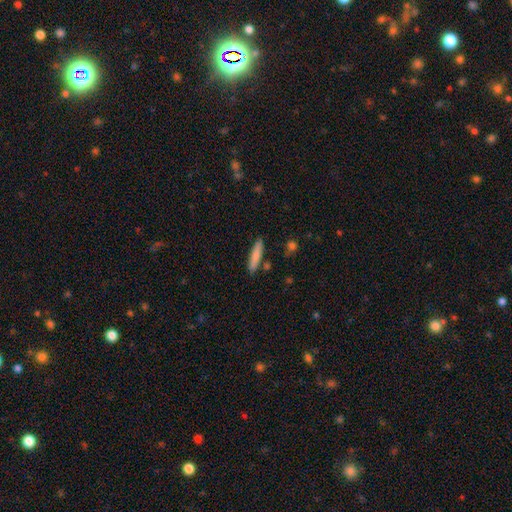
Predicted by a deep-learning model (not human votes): Smooth or featured? Predicted: smooth (p=0.80). How rounded? Predicted: cigar-shaped (p=0.87). Merging? Predicted: none (p=0.86).